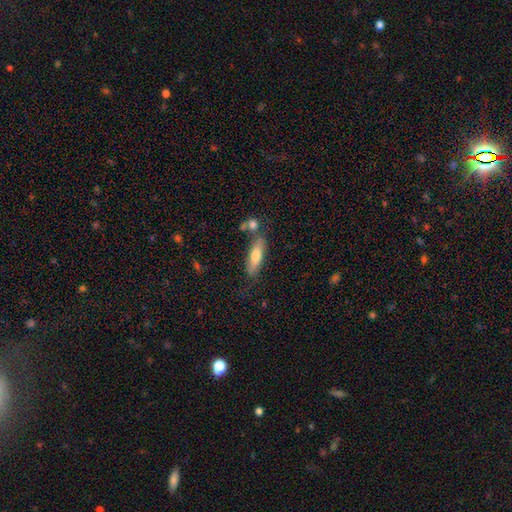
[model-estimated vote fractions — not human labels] Smooth or featured?
  - smooth: 64% *
  - featured or disk: 29%
  - star or artifact: 7%
How rounded?
  - cigar-shaped: 59% *
  - in between: 39%
  - round: 2%
Merging?
  - none: 67% *
  - minor disturbance: 17%
  - merger: 11%
  - major disturbance: 5%